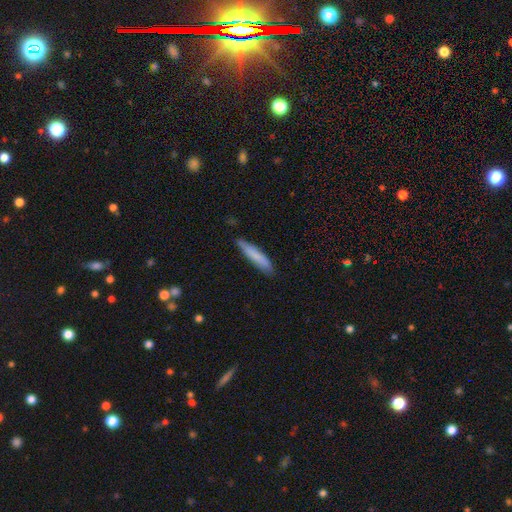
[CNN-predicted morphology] A smooth galaxy with no disk features (78%) that is cigar-shaped (89%).

Vote fractions:
- Smooth or featured? smooth: 78% / featured or disk: 16% / star or artifact: 6%
- How rounded? cigar-shaped: 89% / in between: 9% / round: 1%
- Merging? none: 80% / minor disturbance: 16% / major disturbance: 2% / merger: 1%